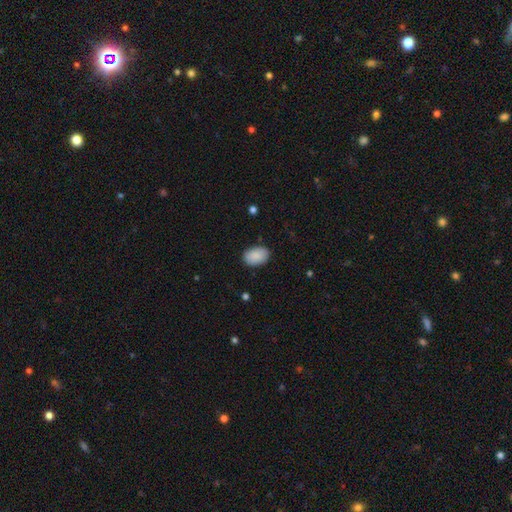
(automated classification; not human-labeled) Overall: smooth (90%). How rounded: in between (83%). Merging: none (85%).